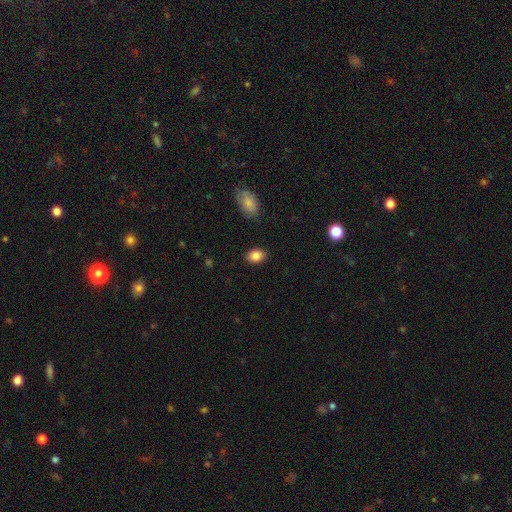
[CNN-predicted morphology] A smooth galaxy with no disk features (85%) that is in between round and cigar-shaped (77%). Merging: none (87%).